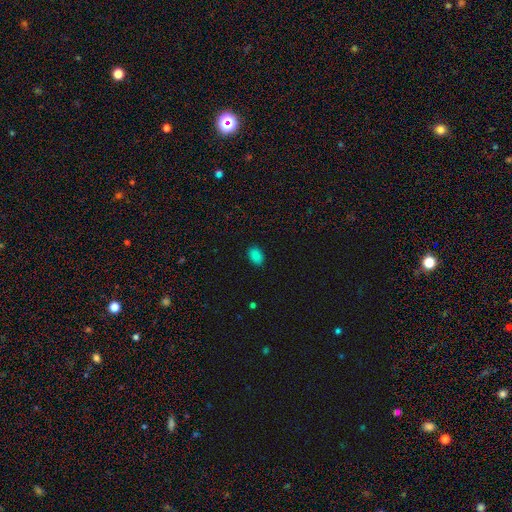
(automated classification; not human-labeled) Morphology: type=smooth (85%); roundness=in between (85%); merging=none (88%).